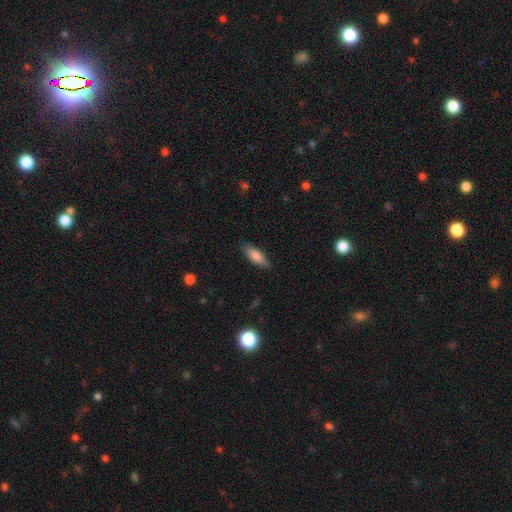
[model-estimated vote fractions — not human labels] smooth-or-featured: smooth: 80% | featured or disk: 13% | star or artifact: 7%
  how-rounded: in between: 56% | cigar-shaped: 42% | round: 2%
  merging: none: 85% | minor disturbance: 11% | major disturbance: 2% | merger: 1%